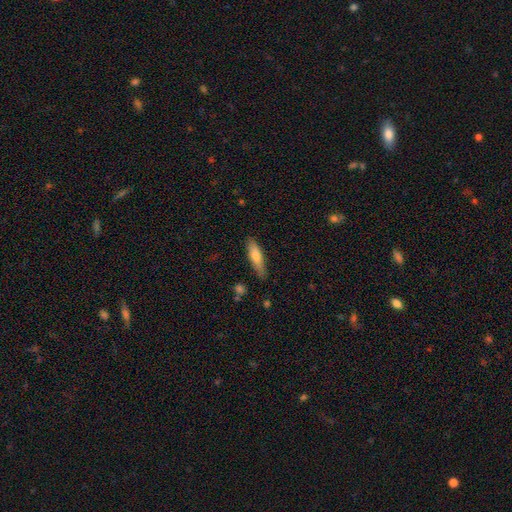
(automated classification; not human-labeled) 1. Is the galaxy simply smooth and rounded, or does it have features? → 70% smooth, 24% featured or disk, 7% star or artifact.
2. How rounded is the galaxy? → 67% cigar-shaped, 31% in between, 2% round.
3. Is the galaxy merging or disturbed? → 82% none, 14% minor disturbance, 2% major disturbance, 2% merger.